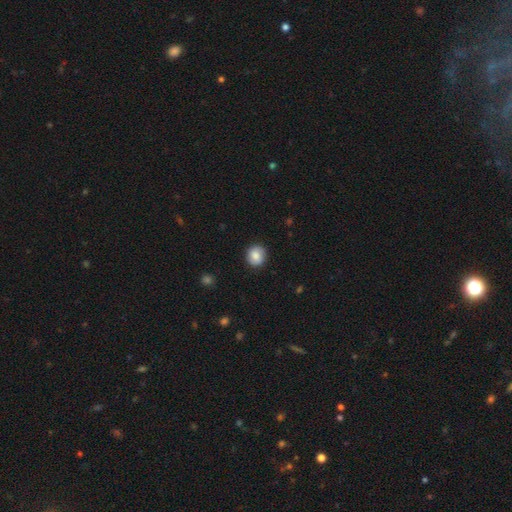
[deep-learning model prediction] A smooth galaxy with no disk features (80%) that is round (84%). Merging: none (87%).